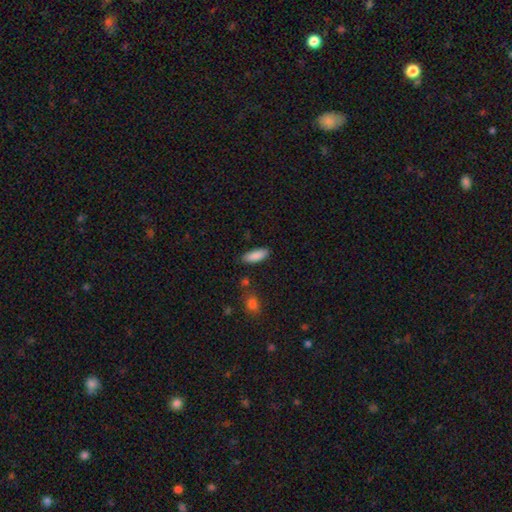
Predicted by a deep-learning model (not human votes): smooth 88%, star or artifact 7%, featured or disk 5%. Down the decision tree: how rounded — in between (74%); merging — none (83%).